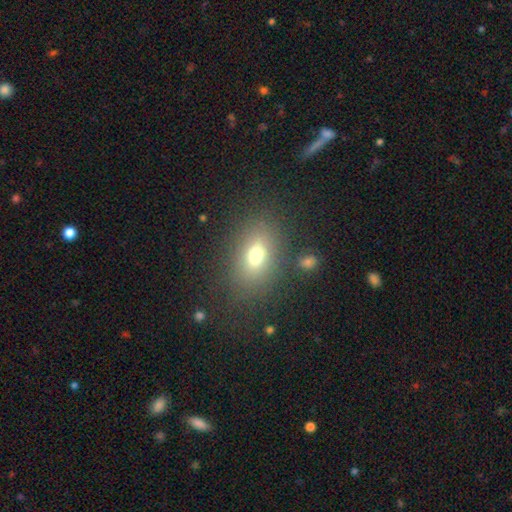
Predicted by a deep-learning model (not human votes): smooth_or_featured: smooth (p=0.73) [alt: featured or disk p=0.15]
how_rounded: in between (p=0.80) [alt: round p=0.16]
merging: none (p=0.80) [alt: minor disturbance p=0.11]